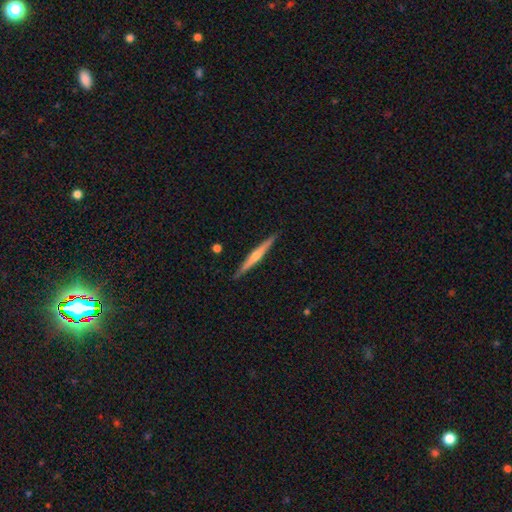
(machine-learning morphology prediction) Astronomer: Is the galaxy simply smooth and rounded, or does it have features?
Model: featured or disk — 66%.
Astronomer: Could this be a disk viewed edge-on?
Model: yes — 98%.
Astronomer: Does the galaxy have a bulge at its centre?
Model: rounded — 76%.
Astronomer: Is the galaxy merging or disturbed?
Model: none — 91%.